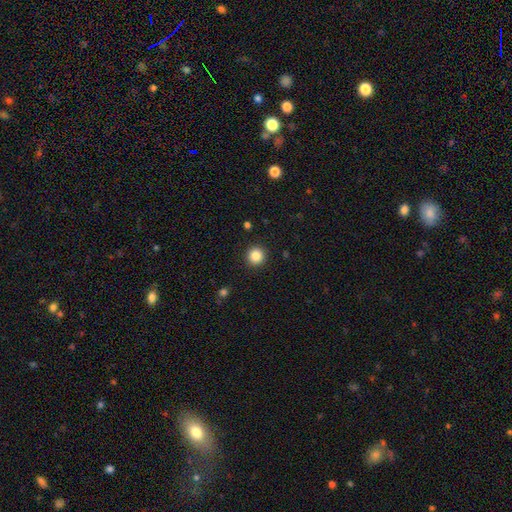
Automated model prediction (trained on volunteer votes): smooth_or_featured: smooth (p=0.86) [alt: star or artifact p=0.10]
how_rounded: round (p=0.94) [alt: in between p=0.05]
merging: none (p=0.92) [alt: minor disturbance p=0.05]